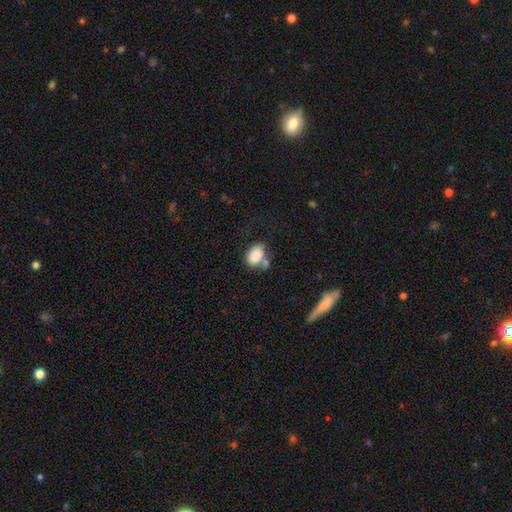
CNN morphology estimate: A smooth galaxy with no disk features (83%) that is in between round and cigar-shaped (83%). Merging: none (46%).